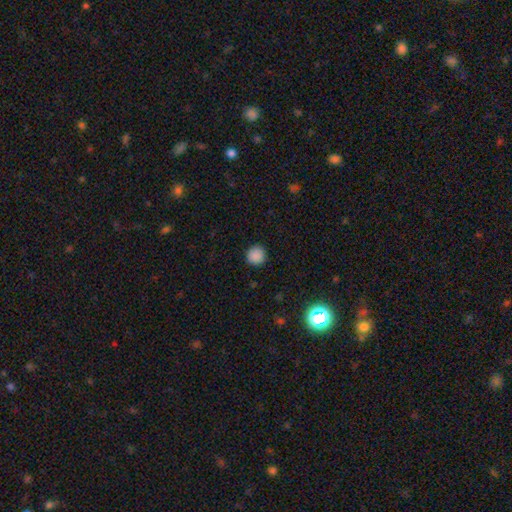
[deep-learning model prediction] Smooth or featured? Predicted: smooth (p=0.87). How rounded? Predicted: round (p=0.93). Merging? Predicted: none (p=0.90).